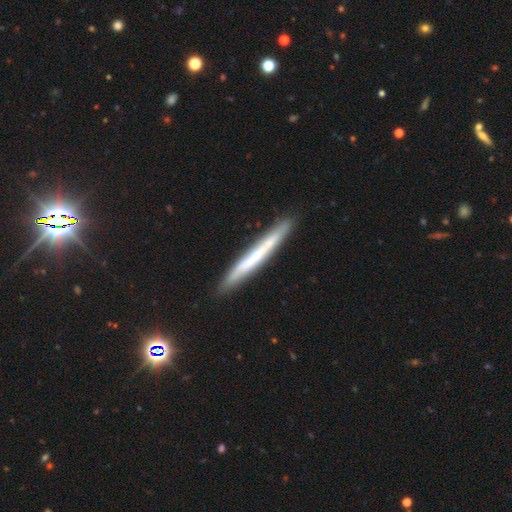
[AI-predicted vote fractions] Morphology: type=featured or disk (50%); edge-on=yes (93%); merging=none (88%).